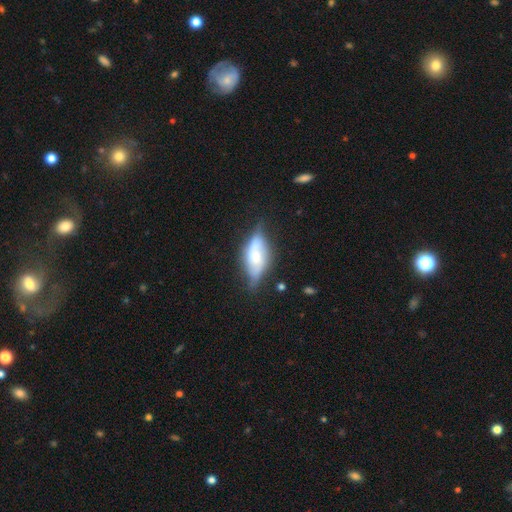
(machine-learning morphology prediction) Smooth or featured? Predicted: featured or disk (p=0.54). Edge-on disk? Predicted: no (p=0.60). Merging? Predicted: none (p=0.52).